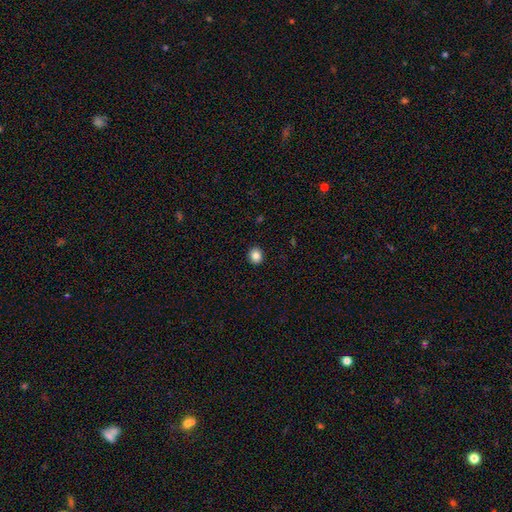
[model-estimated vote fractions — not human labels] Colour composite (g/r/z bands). It shows a smooth galaxy with no disk features (85%) that is round (80%). Merging: none (92%).